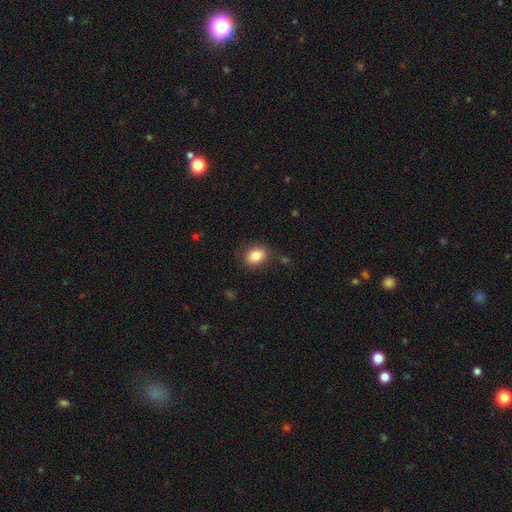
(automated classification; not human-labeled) Q: Smooth or featured?
A: smooth (83%); runner-up: star or artifact (9%)
Q: How rounded?
A: in between (61%); runner-up: round (38%)
Q: Merging?
A: none (84%); runner-up: minor disturbance (11%)